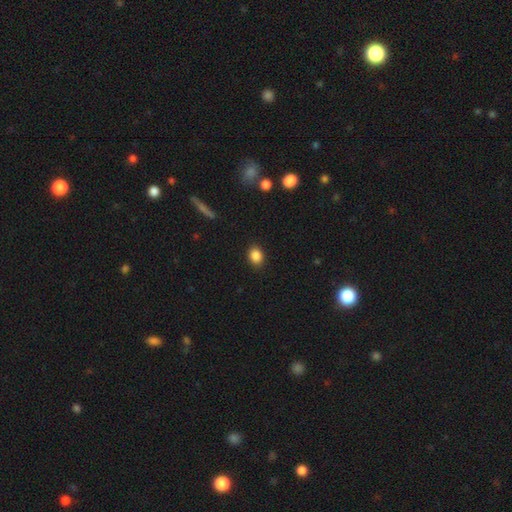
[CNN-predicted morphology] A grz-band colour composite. It shows a smooth galaxy with no disk features (86%) that is in between round and cigar-shaped (50%). Merging: none (89%).